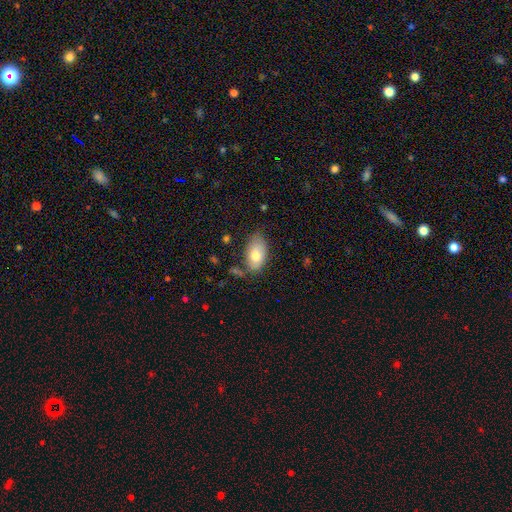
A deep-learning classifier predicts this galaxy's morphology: This is likely a smooth galaxy (76%). How rounded: clearly in between (93%). Merging: likely none (64%).